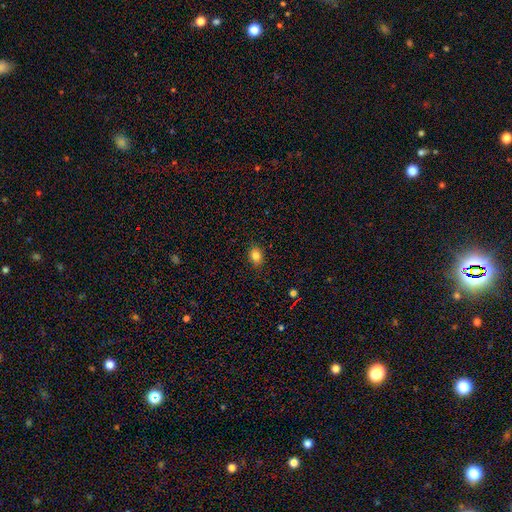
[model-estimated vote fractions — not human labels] smooth-or-featured: smooth: 82% | star or artifact: 11% | featured or disk: 7%
  how-rounded: in between: 58% | round: 41% | cigar-shaped: 1%
  merging: none: 88% | minor disturbance: 9% | major disturbance: 2% | merger: 1%